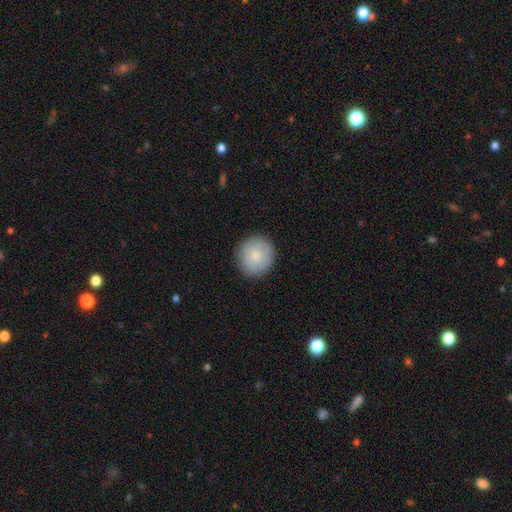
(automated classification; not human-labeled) Smooth or featured? smooth (83%)
How rounded? round (90%)
Merging? none (89%)